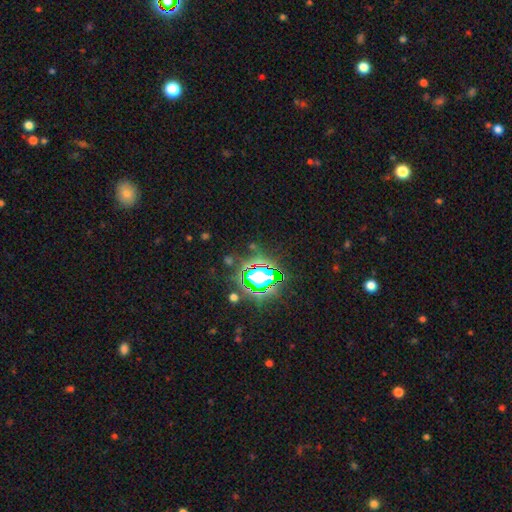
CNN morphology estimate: This is clearly a star or artifact rather than a galaxy (81%).